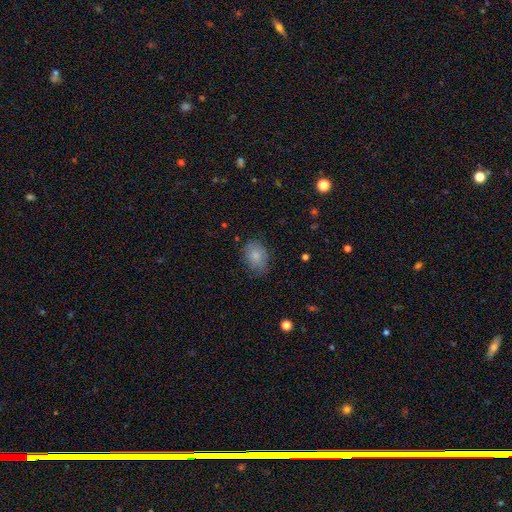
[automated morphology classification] Q: Smooth or featured?
A: smooth (82%); runner-up: featured or disk (10%)
Q: How rounded?
A: in between (70%); runner-up: round (29%)
Q: Merging?
A: none (72%); runner-up: minor disturbance (21%)